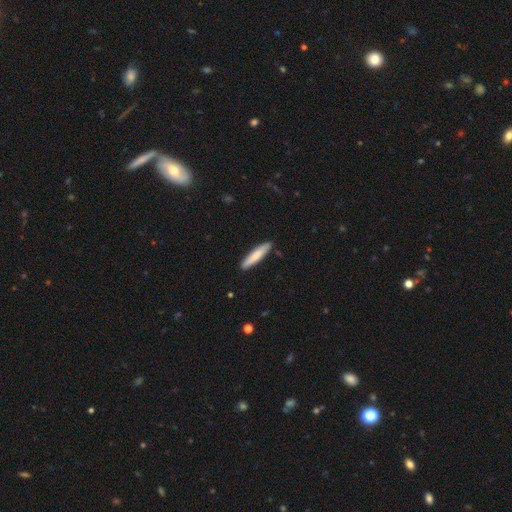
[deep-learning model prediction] Morphology: type=smooth (77%); roundness=cigar-shaped (86%); merging=none (89%).